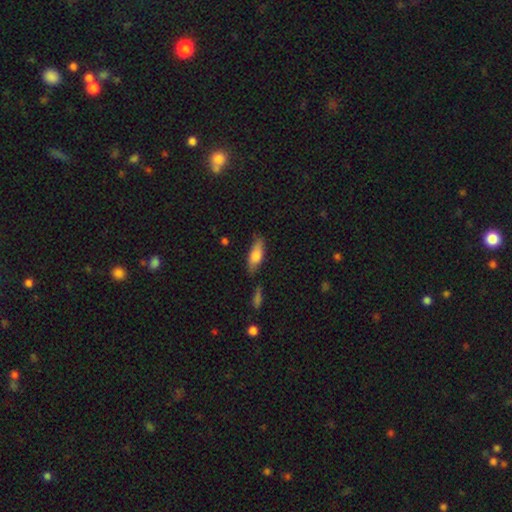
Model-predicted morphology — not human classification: This is likely a smooth galaxy (74%). How rounded: likely in between (65%). Merging: likely none (69%).